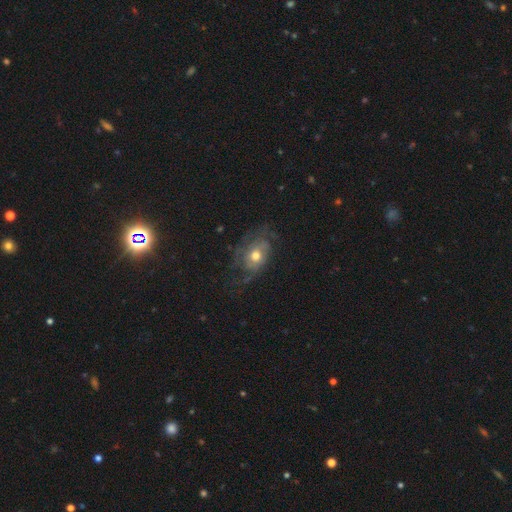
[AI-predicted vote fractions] smooth-or-featured: featured or disk: 59% | smooth: 32% | star or artifact: 9%
  disk-edge-on: no: 94% | yes: 6%
    bar: no: 83% | weak: 15% | strong: 3%
    has-spiral-arms: yes: 67% | no: 33%
    bulge-size: moderate: 72% | large: 14% | small: 12% | dominant: 1% | none: 1%
  merging: none: 53% | minor disturbance: 24% | major disturbance: 22% | merger: 1%